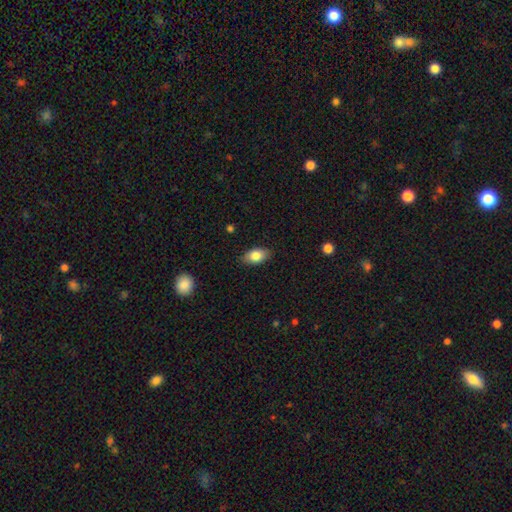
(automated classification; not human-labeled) Smooth or featured?
  - smooth: 82% *
  - featured or disk: 11%
  - star or artifact: 7%
How rounded?
  - in between: 90% *
  - round: 7%
  - cigar-shaped: 3%
Merging?
  - none: 85% *
  - minor disturbance: 11%
  - major disturbance: 2%
  - merger: 1%